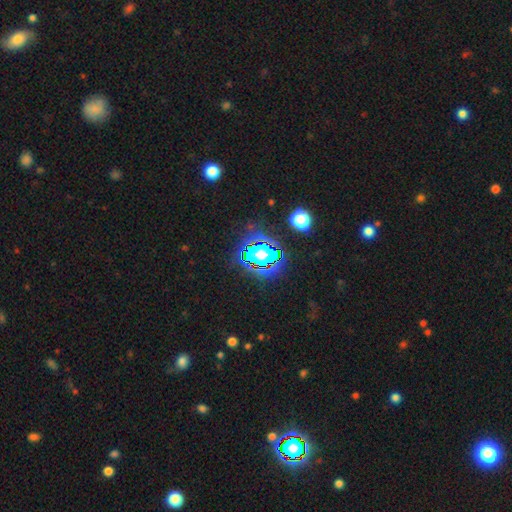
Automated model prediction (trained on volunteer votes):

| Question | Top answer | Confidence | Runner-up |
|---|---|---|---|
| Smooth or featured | star or artifact | 69% | smooth (20%) |